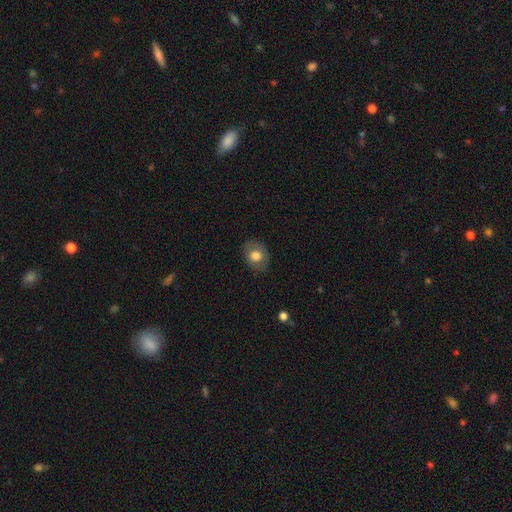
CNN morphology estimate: type=smooth (71%); roundness=in between (52%); merging=none (81%).